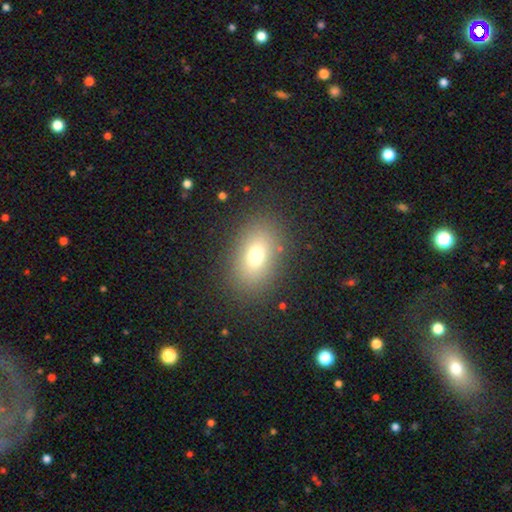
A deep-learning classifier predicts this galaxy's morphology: A smooth galaxy with no disk features (73%) that is in between round and cigar-shaped (77%). Merging: none (85%).